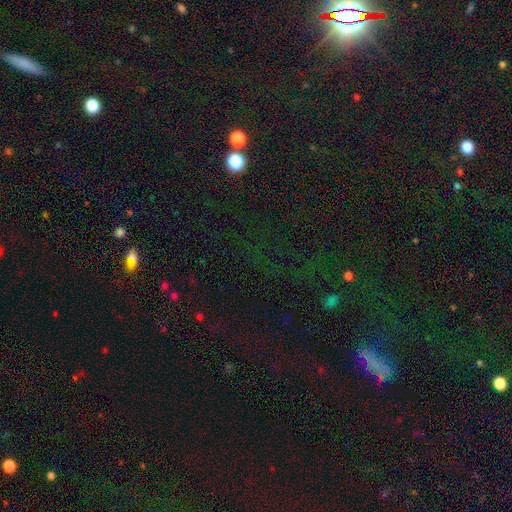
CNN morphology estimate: A star or artifact, not a galaxy (76%).

Vote fractions:
- Smooth or featured? star or artifact: 76% / smooth: 15% / featured or disk: 8%